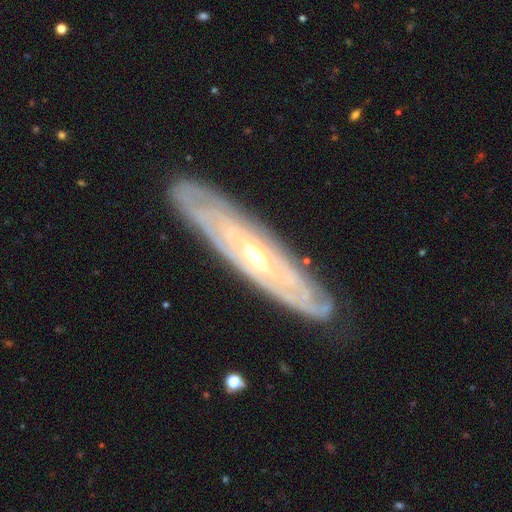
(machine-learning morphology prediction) A featured or disk galaxy (83%) with no bar (66%), spiral arms (84%) and a small central bulge (54%). Merging: none (86%).